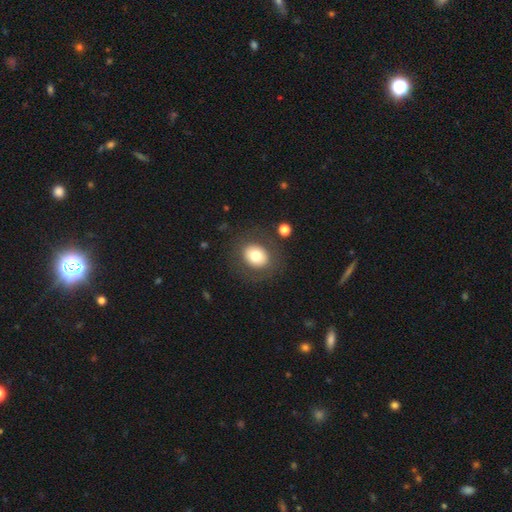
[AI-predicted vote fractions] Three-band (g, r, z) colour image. It shows a smooth galaxy with no disk features (73%) that is round (72%). Merging: none (84%).